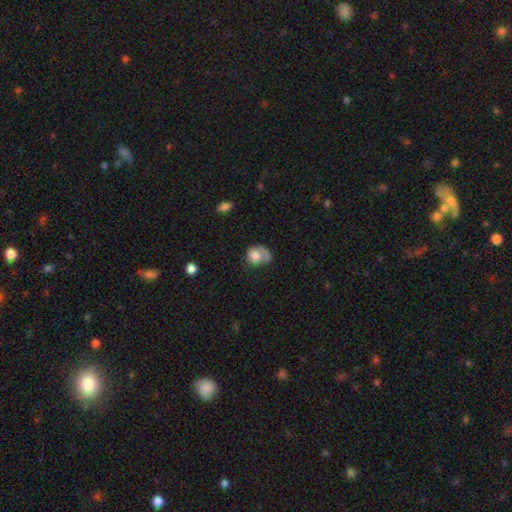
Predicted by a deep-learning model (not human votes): smooth_or_featured: smooth (p=0.71) [alt: featured or disk p=0.21]
how_rounded: round (p=0.51) [alt: in between p=0.47]
merging: none (p=0.32) [tied with: major disturbance p=0.32]